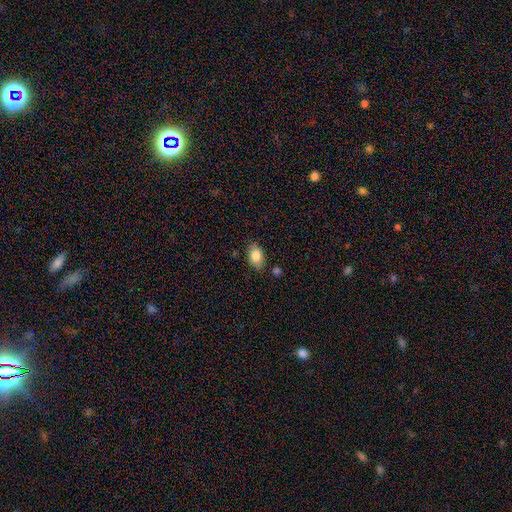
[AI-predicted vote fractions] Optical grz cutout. It shows a smooth galaxy with no disk features (85%) that is in between round and cigar-shaped (89%). Merging: none (76%).